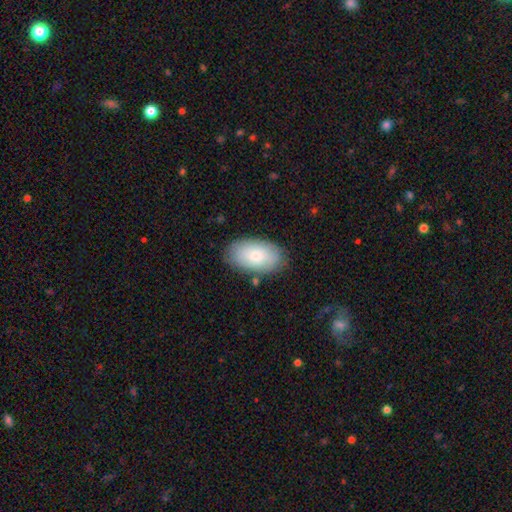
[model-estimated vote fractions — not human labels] A smooth galaxy with no disk features (77%) that is in between round and cigar-shaped (94%).

Vote fractions:
- Smooth or featured? smooth: 77% / featured or disk: 17% / star or artifact: 6%
- How rounded? in between: 94% / round: 5% / cigar-shaped: 1%
- Merging? none: 81% / minor disturbance: 14% / major disturbance: 3% / merger: 2%